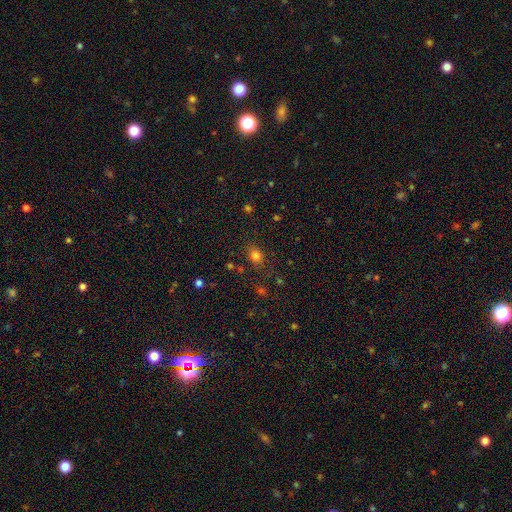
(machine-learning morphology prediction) This is likely a smooth galaxy (78%). How rounded: possibly in between (52%). Merging: likely none (77%).